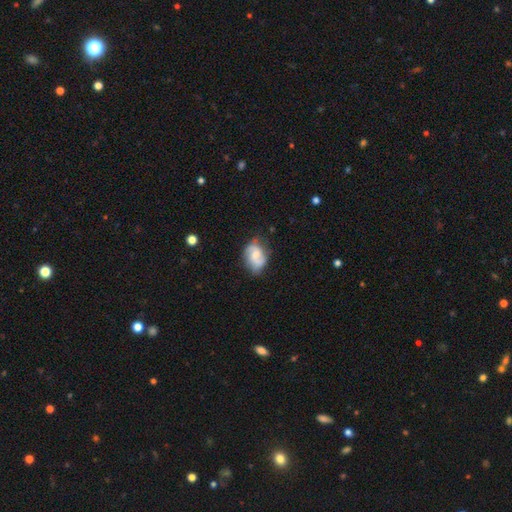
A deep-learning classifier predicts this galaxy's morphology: A featured or disk galaxy (64%) with no bar (47%), 2 (85%) medium (44%) spiral arms (90%) and a moderate central bulge (47%).

Vote fractions:
- Smooth or featured? featured or disk: 64% / smooth: 29% / star or artifact: 7%
- Edge-on disk? no: 97% / yes: 3%
- Bar? no: 47% / weak: 44% / strong: 10%
- Spiral arms? yes: 90% / no: 10%
- Spiral winding? medium: 44% / loose: 38% / tight: 19%
- Spiral arm count? 2: 85% / can't tell: 8% / 1: 3% / 3: 2% / 4: 1% / more than 4: 1%
- Bulge size? moderate: 47% / small: 36% / none: 9% / large: 6% / dominant: 1%
- Merging? none: 66% / minor disturbance: 24% / major disturbance: 8% / merger: 2%